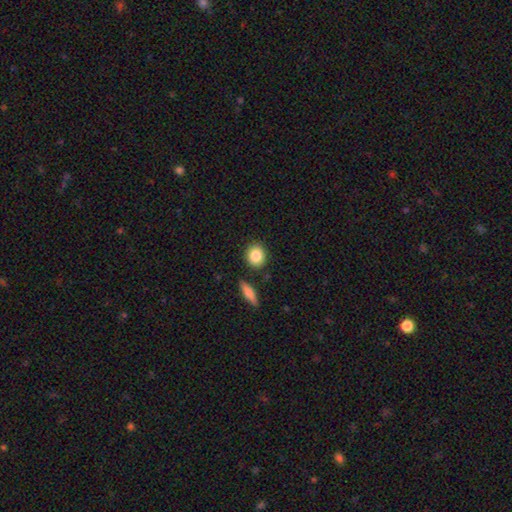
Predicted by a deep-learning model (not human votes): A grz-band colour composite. It shows a smooth galaxy with no disk features (85%) that is round (71%). Merging: none (85%).